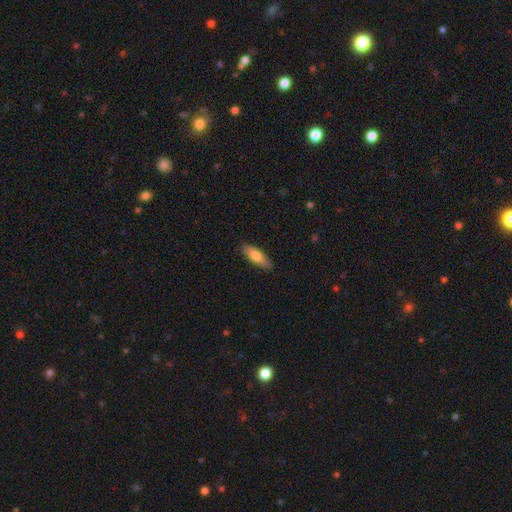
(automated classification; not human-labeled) A smooth galaxy with no disk features (77%) that is in between round and cigar-shaped (62%). Merging: none (87%).